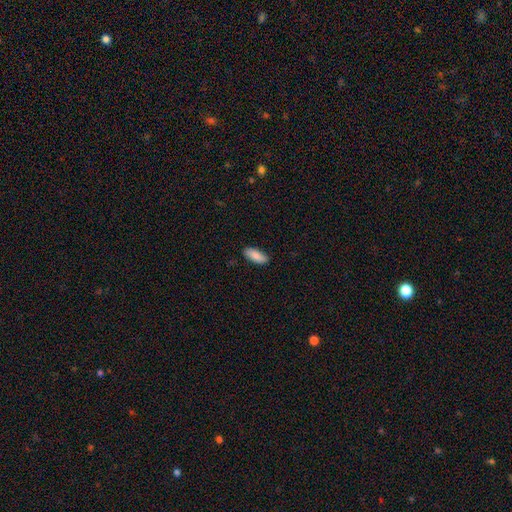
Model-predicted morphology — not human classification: Smooth or featured: smooth — 87% (featured or disk — 7%)
How rounded: in between — 79% (cigar-shaped — 19%)
Merging: none — 87% (minor disturbance — 10%)